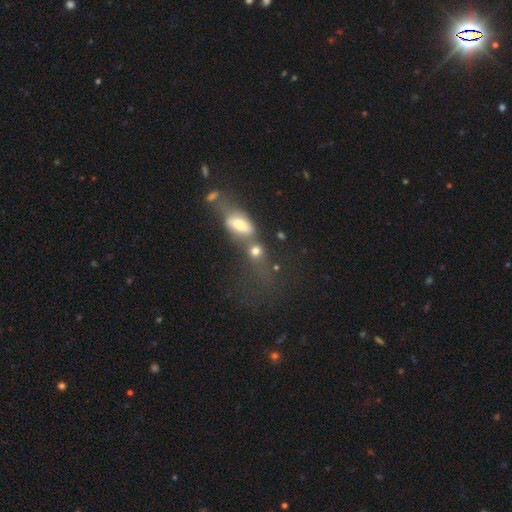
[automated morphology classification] This appears to be a smooth galaxy with no disk features (45%). Merging: merger (43%).